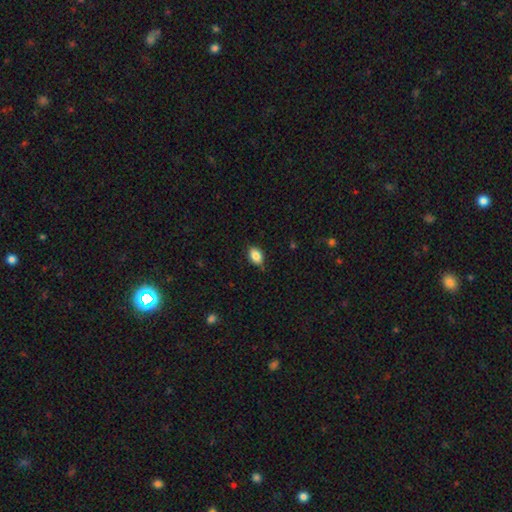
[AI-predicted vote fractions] smooth-or-featured: smooth: 86% | star or artifact: 8% | featured or disk: 6%
  how-rounded: in between: 81% | round: 17% | cigar-shaped: 1%
  merging: none: 80% | minor disturbance: 16% | major disturbance: 2% | merger: 2%